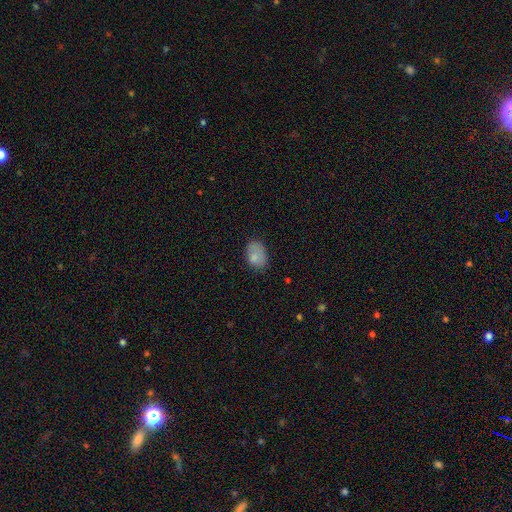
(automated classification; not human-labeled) Smooth or featured?
  - smooth: 76% *
  - featured or disk: 15%
  - star or artifact: 9%
How rounded?
  - in between: 82% *
  - round: 17%
  - cigar-shaped: 1%
Merging?
  - none: 54% *
  - minor disturbance: 28%
  - major disturbance: 13%
  - merger: 4%